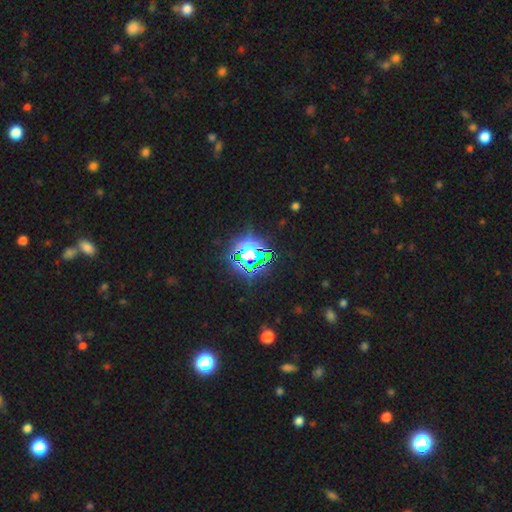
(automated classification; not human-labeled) Smooth or featured?
  - star or artifact: 75% *
  - smooth: 16%
  - featured or disk: 10%